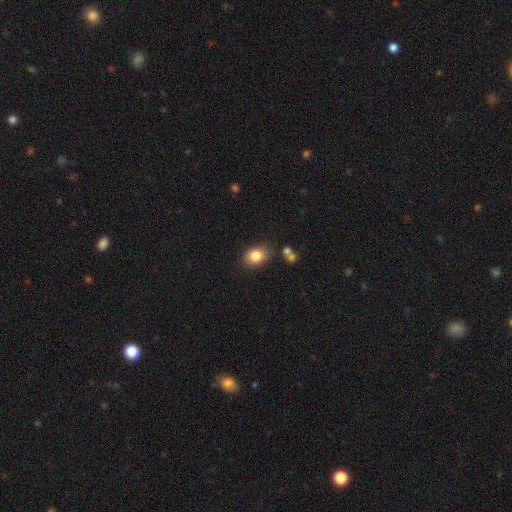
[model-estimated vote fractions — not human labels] The model was most divided on "how rounded": in between: 69%, round: 30%, cigar-shaped: 1%. More confident: smooth or featured — smooth (84%); merging — none (76%).